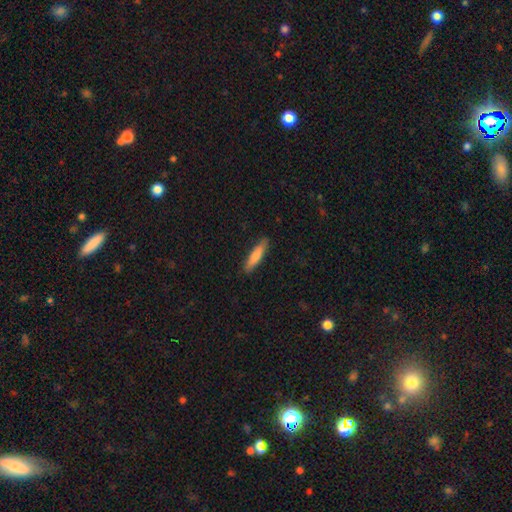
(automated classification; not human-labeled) smooth 79%, featured or disk 16%, star or artifact 5%. Down the decision tree: how rounded — cigar-shaped (81%); merging — none (88%).